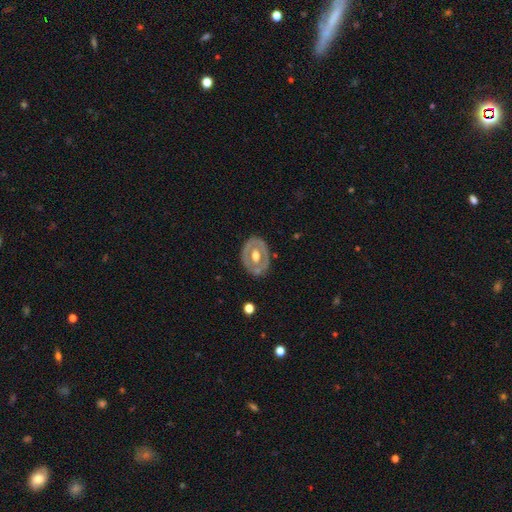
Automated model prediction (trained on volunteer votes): smooth-or-featured: featured or disk: 62% | smooth: 33% | star or artifact: 5%
  disk-edge-on: no: 93% | yes: 7%
    bar: no: 68% | weak: 23% | strong: 9%
    has-spiral-arms: no: 85% | yes: 15%
    bulge-size: moderate: 63% | large: 29% | small: 5% | dominant: 1% | none: 1%
  merging: none: 75% | minor disturbance: 17% | major disturbance: 6% | merger: 2%